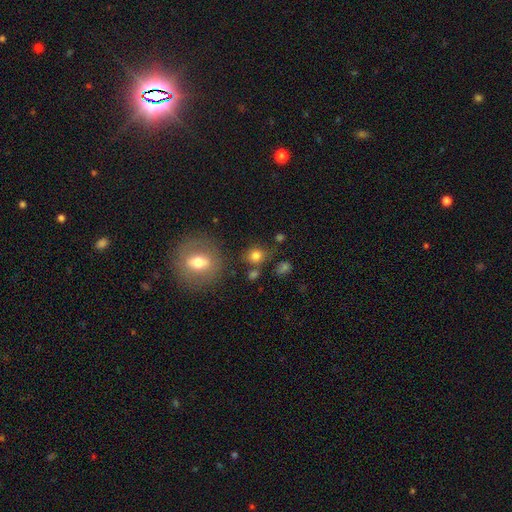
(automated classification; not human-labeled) A smooth galaxy with no disk features (78%) that is round (77%).

Vote fractions:
- Smooth or featured? smooth: 78% / star or artifact: 13% / featured or disk: 9%
- How rounded? round: 77% / in between: 22% / cigar-shaped: 1%
- Merging? none: 71% / minor disturbance: 13% / merger: 10% / major disturbance: 5%